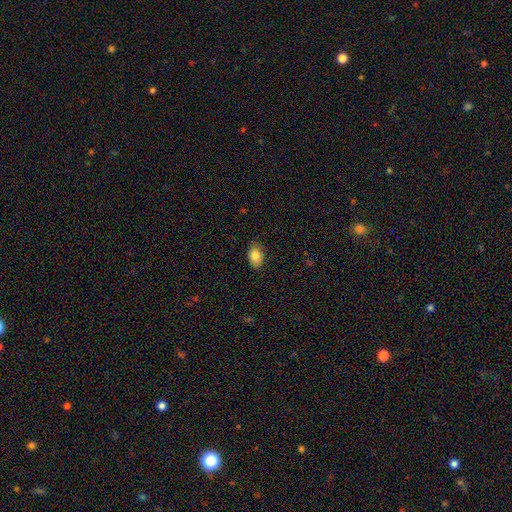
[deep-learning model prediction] Smooth or featured? smooth (83%)
How rounded? in between (88%)
Merging? none (86%)